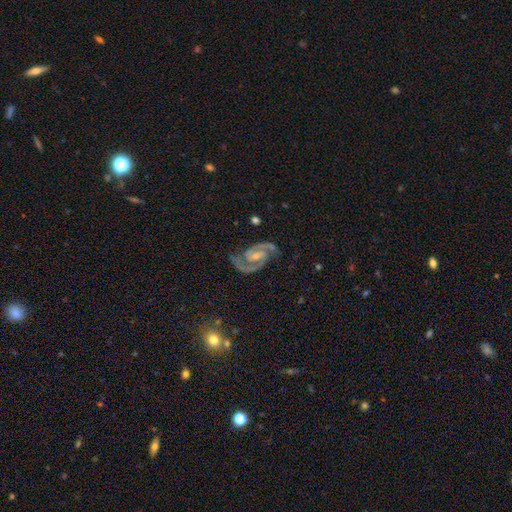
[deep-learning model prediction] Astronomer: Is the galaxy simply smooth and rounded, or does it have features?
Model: featured or disk — 92%.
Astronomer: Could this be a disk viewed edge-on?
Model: no — 98%.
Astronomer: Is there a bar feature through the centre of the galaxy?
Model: weak — 42% (runner-up: no, 41%).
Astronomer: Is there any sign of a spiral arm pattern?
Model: yes — 99%.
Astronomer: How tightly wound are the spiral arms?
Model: medium — 61%.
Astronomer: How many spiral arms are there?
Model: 2 — 94%.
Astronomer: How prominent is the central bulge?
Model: small — 55% (runner-up: moderate, 38%).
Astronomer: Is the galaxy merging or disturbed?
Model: none — 81%.